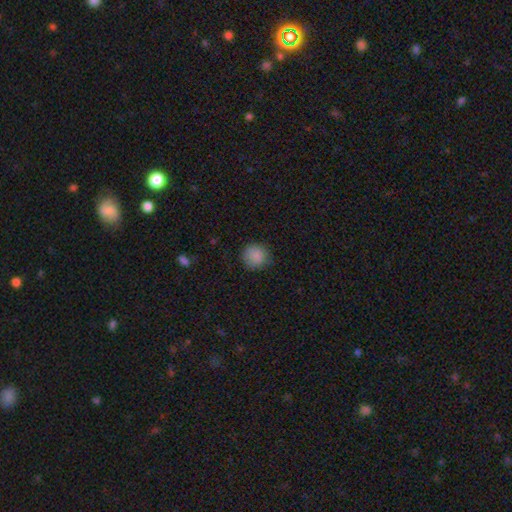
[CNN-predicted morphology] Smooth or featured? Predicted: smooth (p=0.87). How rounded? Predicted: round (p=0.91). Merging? Predicted: none (p=0.82).